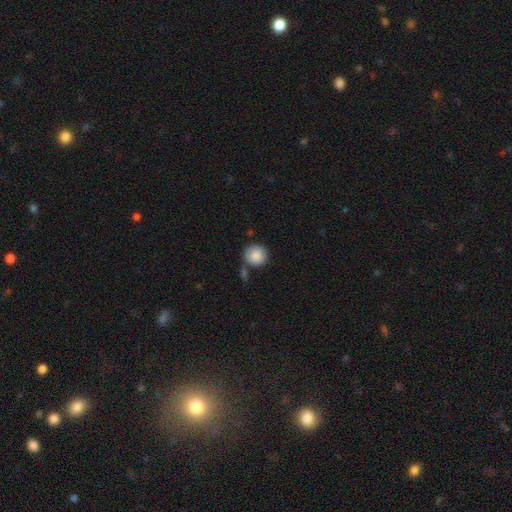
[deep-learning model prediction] The model was most divided on "merging": none: 70%, minor disturbance: 14%, merger: 12%, major disturbance: 4%. More confident: how rounded — round (91%); smooth or featured — smooth (88%).